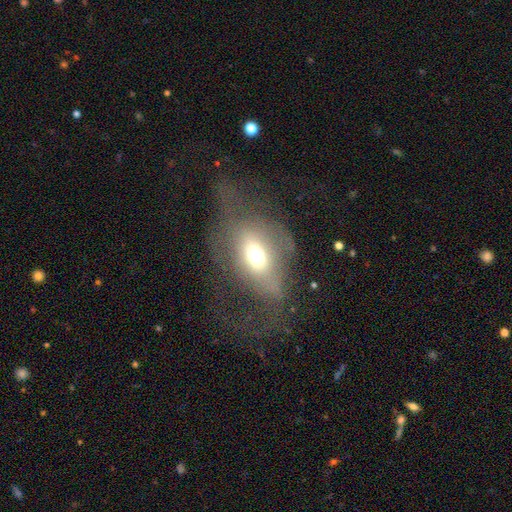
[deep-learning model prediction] Smooth or featured? smooth (55%)
How rounded? in between (60%)
Merging? major disturbance (44%)